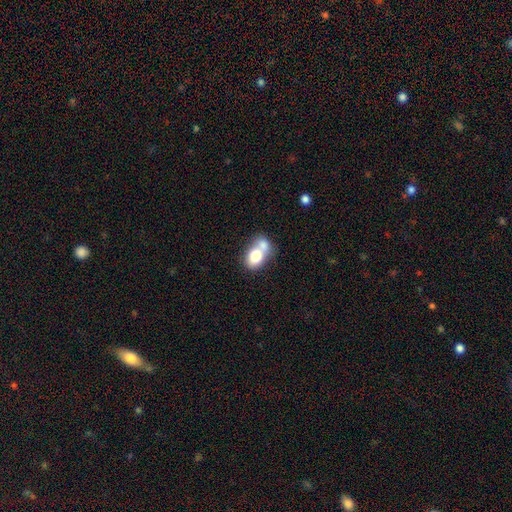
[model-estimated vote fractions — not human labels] Smooth or featured?
  - smooth: 73% *
  - featured or disk: 20%
  - star or artifact: 8%
How rounded?
  - in between: 65% *
  - round: 34%
  - cigar-shaped: 1%
Merging?
  - merger: 64% *
  - none: 22%
  - minor disturbance: 9%
  - major disturbance: 5%